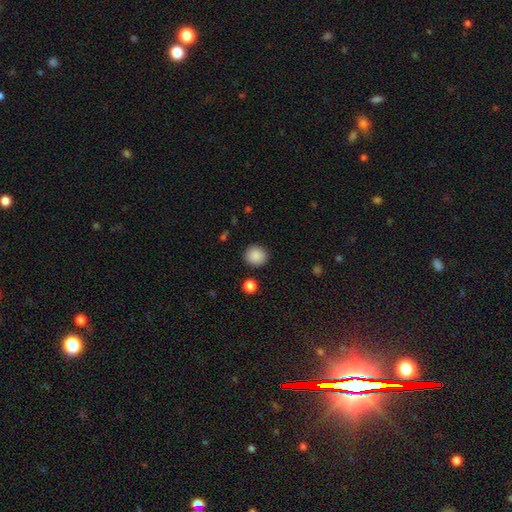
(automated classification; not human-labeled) Q: Smooth or featured?
A: smooth (88%); runner-up: star or artifact (9%)
Q: How rounded?
A: round (90%); runner-up: in between (9%)
Q: Merging?
A: none (89%); runner-up: minor disturbance (7%)